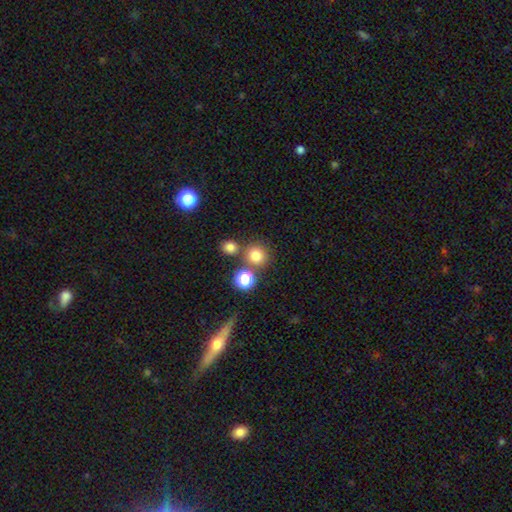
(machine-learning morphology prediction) The model was most divided on "merging": none: 71%, merger: 17%, minor disturbance: 8%, major disturbance: 4%. More confident: how rounded — round (89%); smooth or featured — smooth (76%).